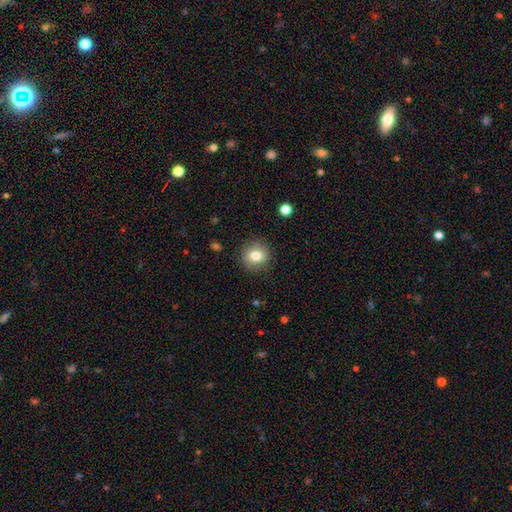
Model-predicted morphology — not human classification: A smooth galaxy with no disk features (80%) that is round (88%). Merging: none (89%).